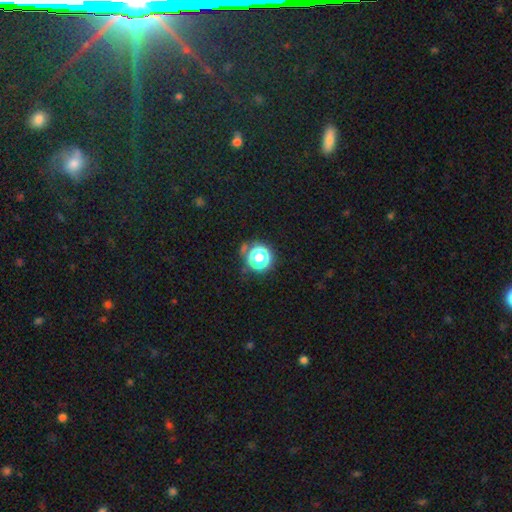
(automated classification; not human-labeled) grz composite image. It shows a star or artifact, not a galaxy (56%).